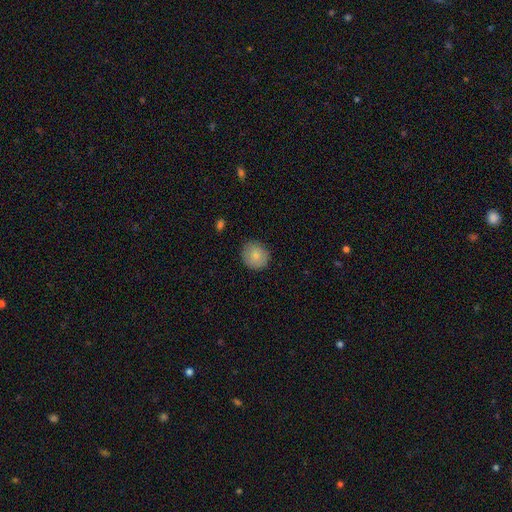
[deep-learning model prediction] Overall: smooth (81%). How rounded: round (85%). Merging: none (84%).